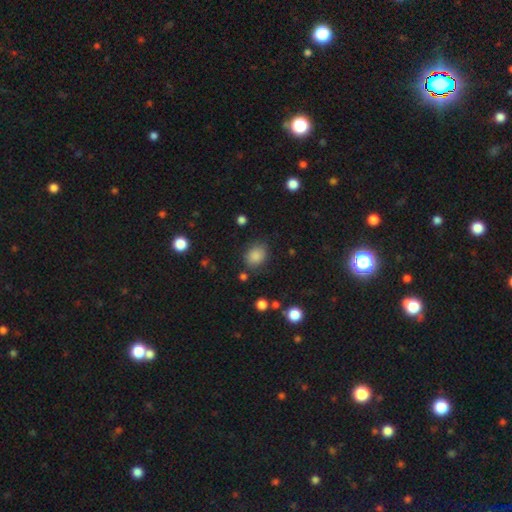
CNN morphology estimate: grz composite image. It shows a smooth galaxy with no disk features (85%) that is round (50%). Merging: none (78%).